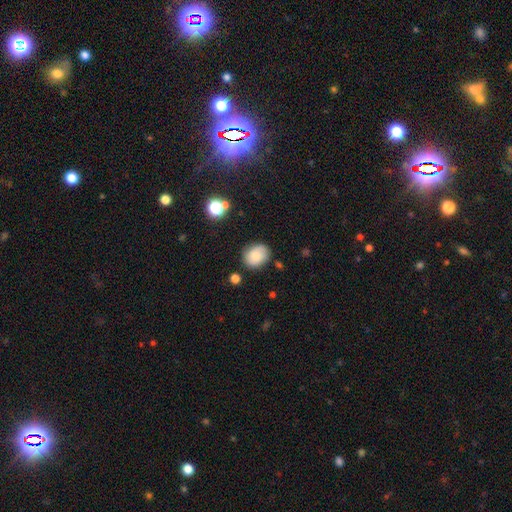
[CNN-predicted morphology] type=smooth (71%); roundness=round (55%); merging=none (74%).